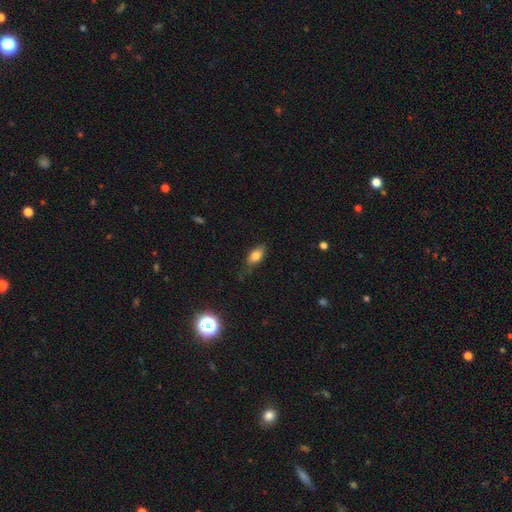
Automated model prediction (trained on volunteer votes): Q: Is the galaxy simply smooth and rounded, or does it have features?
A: smooth — 78%.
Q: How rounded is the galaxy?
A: in between — 86%.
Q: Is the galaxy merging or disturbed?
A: none — 67%.